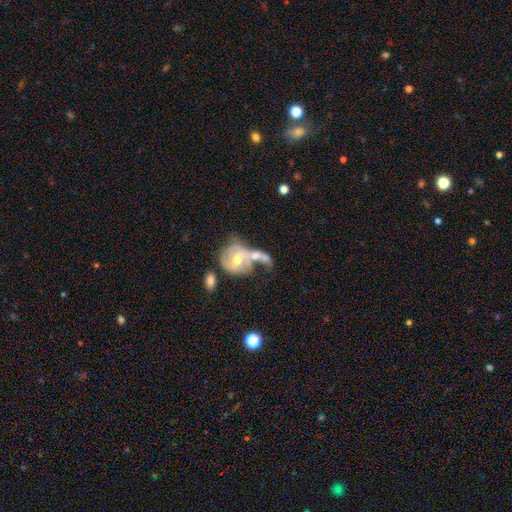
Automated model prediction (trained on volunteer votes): Smooth or featured? Predicted: featured or disk (p=0.61). Edge-on disk? Predicted: no (p=0.94). Bar? Predicted: no (p=0.48). Spiral arms? Predicted: yes (p=0.60). Bulge size? Predicted: moderate (p=0.66). Merging? Predicted: merger (p=0.56).